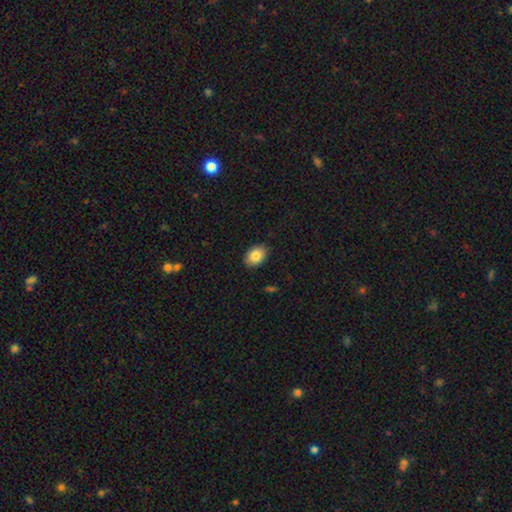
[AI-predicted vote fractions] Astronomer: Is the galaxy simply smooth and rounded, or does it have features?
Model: smooth — 83%.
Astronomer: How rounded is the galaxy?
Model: in between — 79%.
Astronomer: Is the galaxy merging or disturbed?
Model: none — 88%.